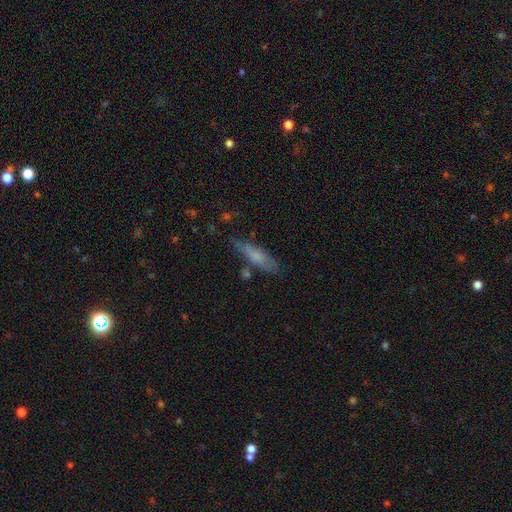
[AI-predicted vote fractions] This is likely a smooth galaxy (65%). How rounded: likely cigar-shaped (71%). Merging: likely none (65%).